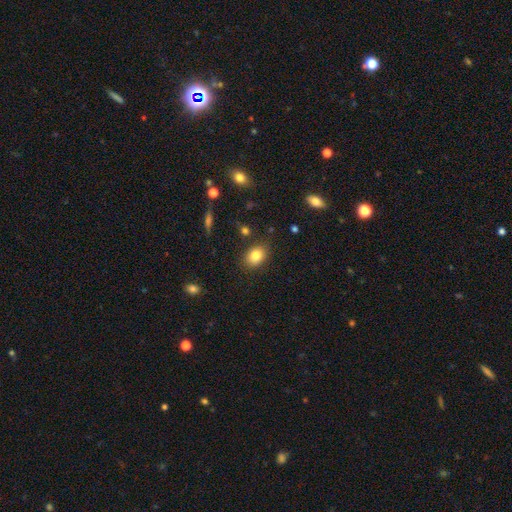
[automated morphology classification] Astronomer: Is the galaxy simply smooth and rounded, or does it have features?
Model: smooth — 83%.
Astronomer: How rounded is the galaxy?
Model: in between — 74%.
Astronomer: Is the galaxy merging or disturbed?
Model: none — 85%.